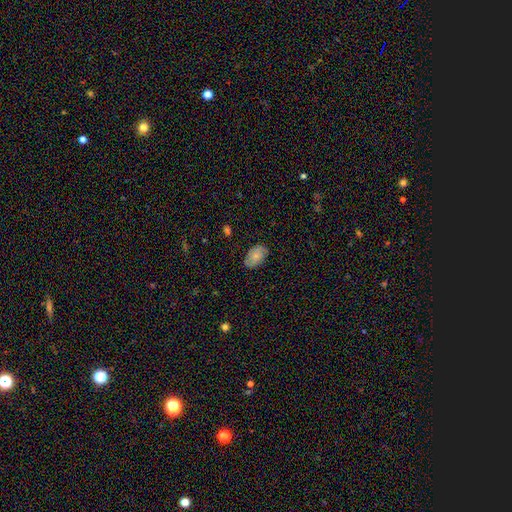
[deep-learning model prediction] smooth-or-featured: smooth: 59% | featured or disk: 33% | star or artifact: 8%
  how-rounded: in between: 89% | round: 9% | cigar-shaped: 1%
  merging: none: 79% | minor disturbance: 17% | major disturbance: 4% | merger: 1%